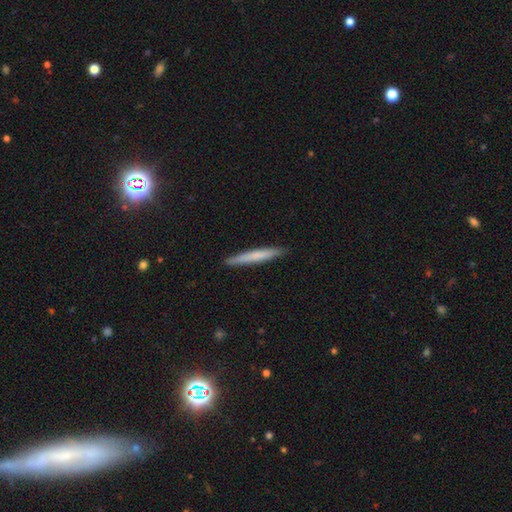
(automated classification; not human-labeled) Smooth or featured?
  - smooth: 66% *
  - featured or disk: 28%
  - star or artifact: 6%
How rounded?
  - cigar-shaped: 96% *
  - in between: 2%
  - round: 1%
Merging?
  - none: 92% *
  - minor disturbance: 6%
  - major disturbance: 1%
  - merger: 1%